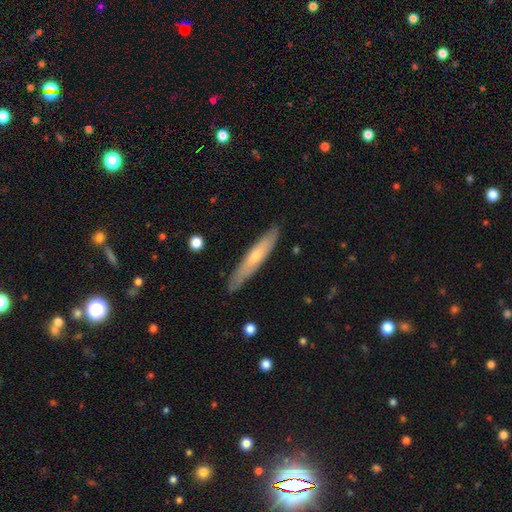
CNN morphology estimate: Smooth or featured? Predicted: smooth (p=0.47, tied with featured or disk). Merging? Predicted: none (p=0.86).